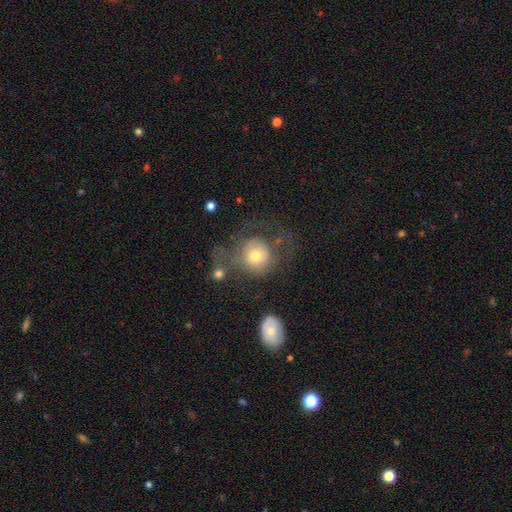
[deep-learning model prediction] A smooth galaxy with no disk features (61%) that is round (87%). Merging: major disturbance (39%).